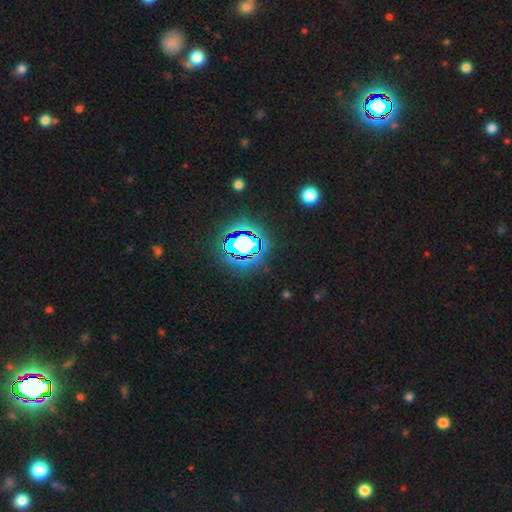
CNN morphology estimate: star or artifact 84%, smooth 10%, featured or disk 6%.